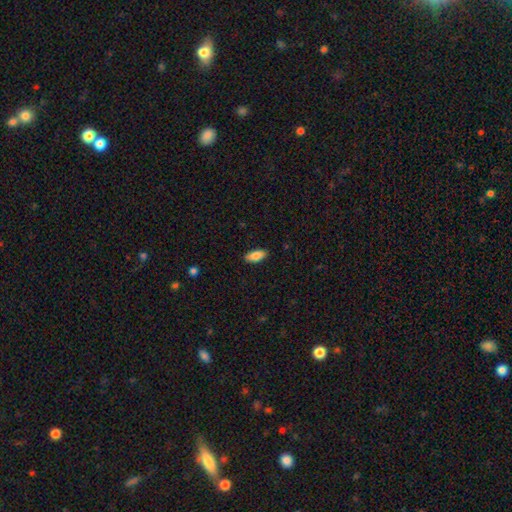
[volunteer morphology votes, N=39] Smooth or featured? 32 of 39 (82%) said smooth. How rounded? 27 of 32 (84%) said in between. Merging? 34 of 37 (92%) said none.